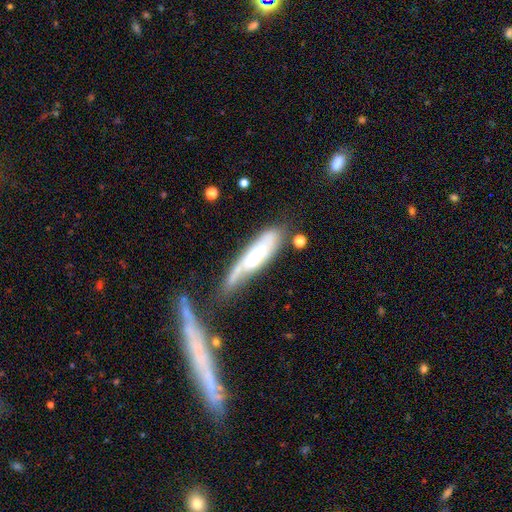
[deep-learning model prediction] This appears to be a featured or disk galaxy (58%). Merging: none (39%).